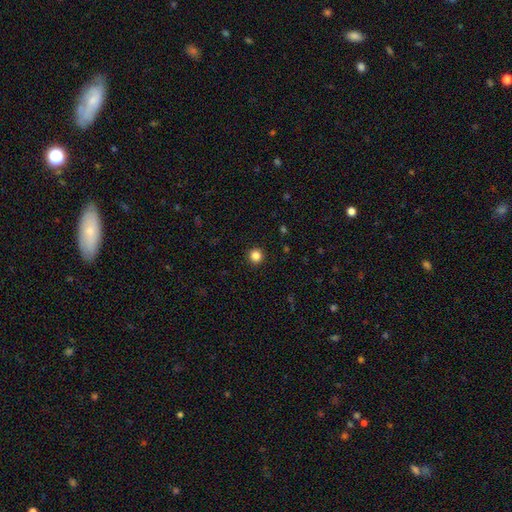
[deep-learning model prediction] Smooth or featured?
  - smooth: 85% *
  - star or artifact: 12%
  - featured or disk: 3%
How rounded?
  - round: 96% *
  - in between: 3%
  - cigar-shaped: 1%
Merging?
  - none: 93% *
  - minor disturbance: 4%
  - major disturbance: 2%
  - merger: 1%